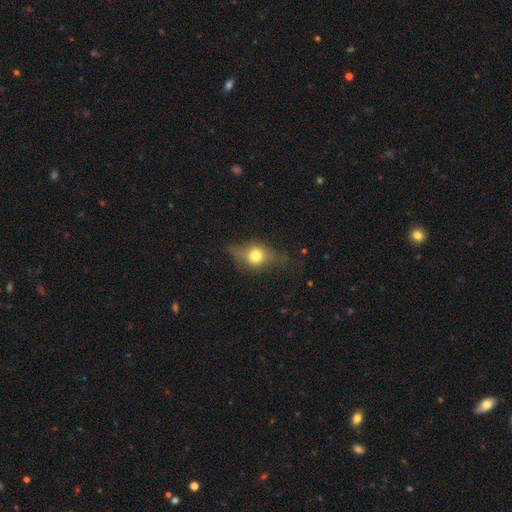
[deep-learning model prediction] A smooth galaxy with no disk features (56%) that is round (48%). Merging: none (61%).